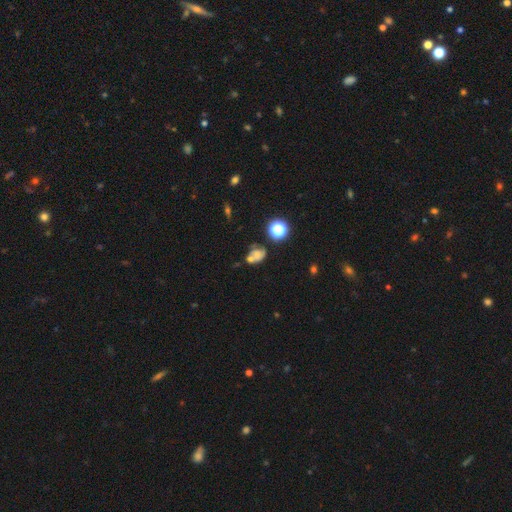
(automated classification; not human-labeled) A smooth galaxy with no disk features (53%) that is in between round and cigar-shaped (54%).

Vote fractions:
- Smooth or featured? smooth: 53% / featured or disk: 25% / star or artifact: 22%
- How rounded? in between: 54% / round: 44% / cigar-shaped: 2%
- Merging? merger: 40% / none: 32% / minor disturbance: 17% / major disturbance: 12%